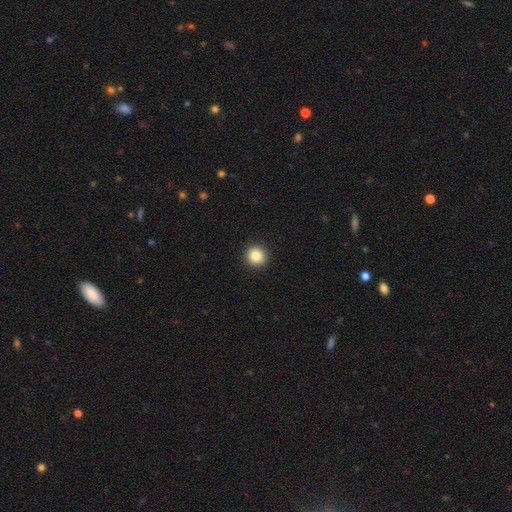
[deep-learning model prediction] This appears to be a smooth galaxy with no disk features (86%) that is round (93%). Merging: none (93%).